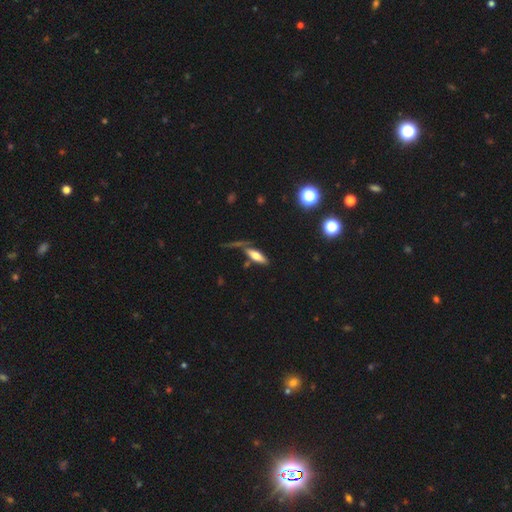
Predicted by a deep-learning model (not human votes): smooth-or-featured: smooth: 63% | featured or disk: 28% | star or artifact: 9%
  how-rounded: in between: 56% | cigar-shaped: 41% | round: 3%
  merging: none: 57% | minor disturbance: 18% | merger: 14% | major disturbance: 11%